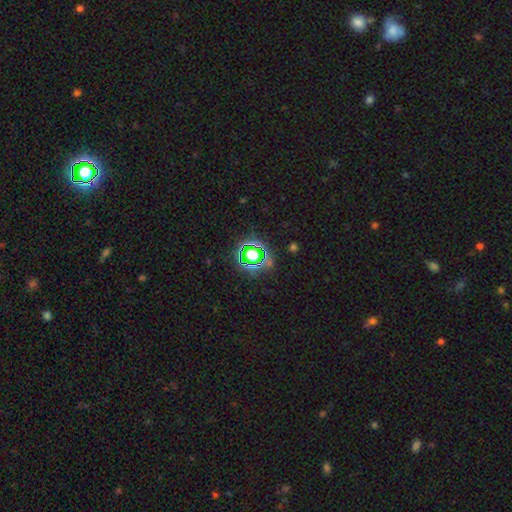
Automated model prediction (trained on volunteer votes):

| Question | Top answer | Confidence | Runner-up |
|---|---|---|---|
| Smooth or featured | star or artifact | 59% | smooth (30%) |